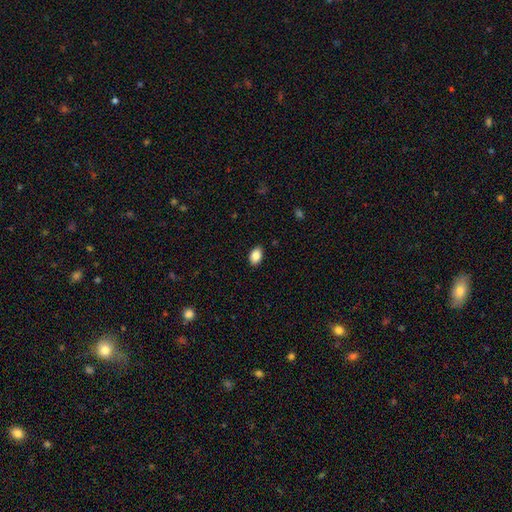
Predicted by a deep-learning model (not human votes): This is clearly a smooth galaxy (88%). How rounded: clearly in between (88%). Merging: clearly none (89%).